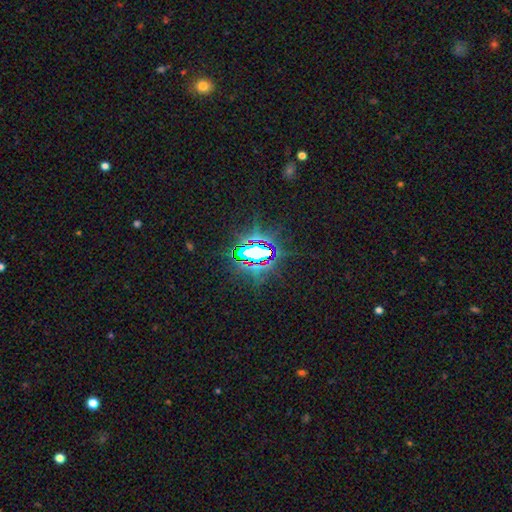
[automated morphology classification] Smooth or featured? star or artifact (84%)